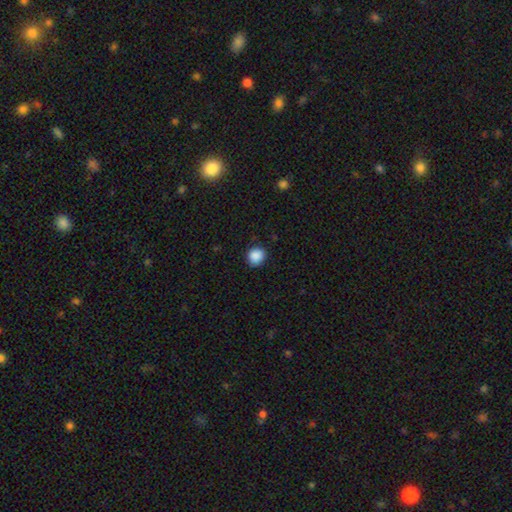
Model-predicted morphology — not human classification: Q: Smooth or featured?
A: smooth (88%); runner-up: star or artifact (9%)
Q: How rounded?
A: round (82%); runner-up: in between (17%)
Q: Merging?
A: none (83%); runner-up: minor disturbance (13%)